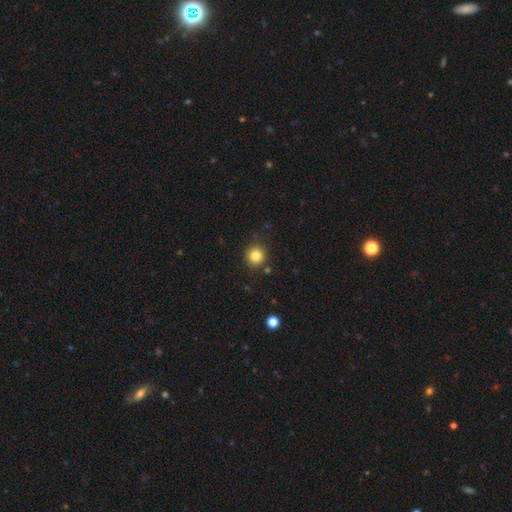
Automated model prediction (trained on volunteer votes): Smooth or featured?
  - smooth: 83% *
  - star or artifact: 11%
  - featured or disk: 6%
How rounded?
  - round: 92% *
  - in between: 7%
  - cigar-shaped: 1%
Merging?
  - none: 86% *
  - minor disturbance: 8%
  - merger: 3%
  - major disturbance: 2%